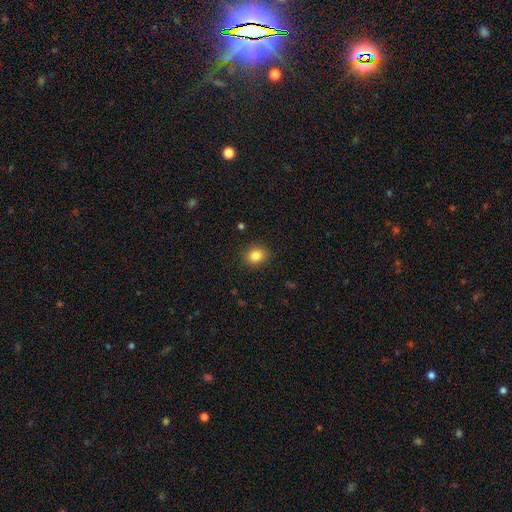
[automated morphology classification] This appears to be a smooth galaxy with no disk features (84%) that is round (69%). Merging: none (89%).